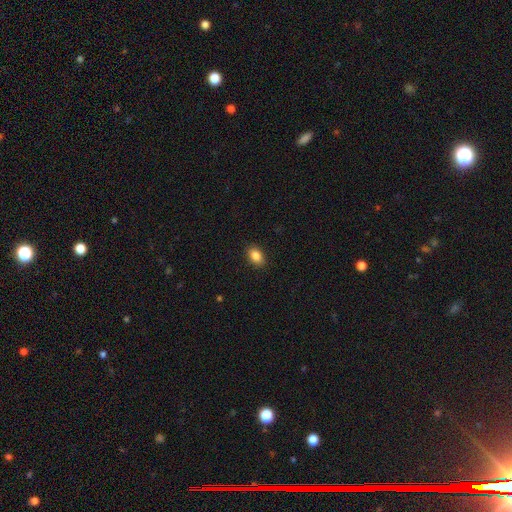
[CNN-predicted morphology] The model was most divided on "how rounded": in between: 85%, round: 14%, cigar-shaped: 1%. More confident: merging — none (89%); smooth or featured — smooth (86%).